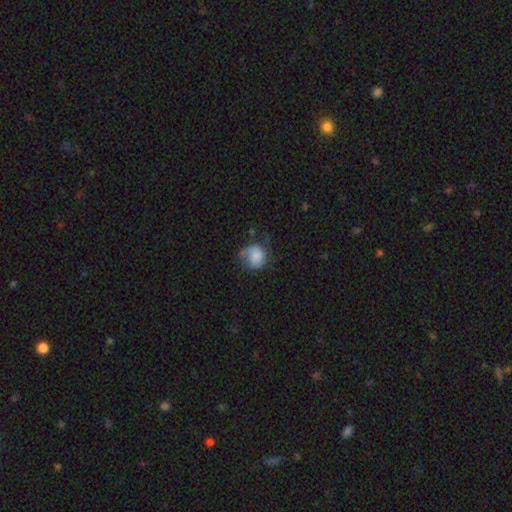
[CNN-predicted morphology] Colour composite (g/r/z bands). It shows a smooth galaxy with no disk features (47%). Merging: none (44%).